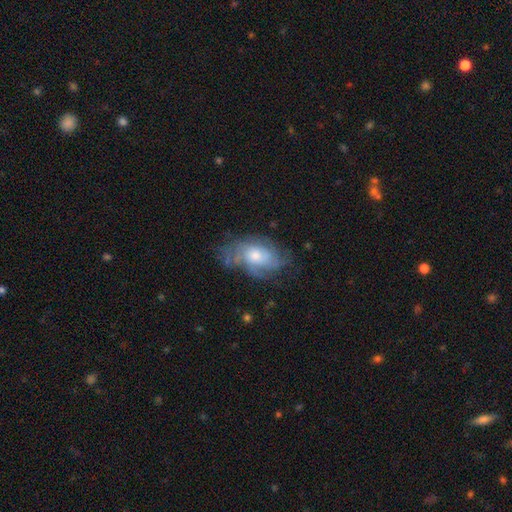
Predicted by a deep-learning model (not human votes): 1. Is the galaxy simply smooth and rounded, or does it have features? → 67% featured or disk, 25% smooth, 8% star or artifact.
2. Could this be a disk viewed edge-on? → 95% no, 5% yes.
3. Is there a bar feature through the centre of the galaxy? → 79% no, 19% weak, 3% strong.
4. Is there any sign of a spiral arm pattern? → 81% yes, 19% no.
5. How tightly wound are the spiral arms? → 49% tight, 35% medium, 16% loose.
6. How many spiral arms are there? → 53% can't tell, 13% 3, 13% 2, 11% 4, 6% more than 4, 5% 1.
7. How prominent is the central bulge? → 55% moderate, 33% small, 9% large, 2% none, 1% dominant.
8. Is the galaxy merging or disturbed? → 59% none, 24% minor disturbance, 15% major disturbance, 2% merger.